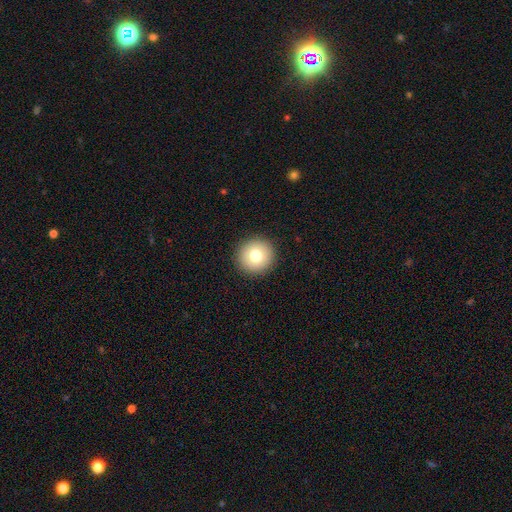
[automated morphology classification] smooth-or-featured: smooth: 76% | featured or disk: 14% | star or artifact: 10%
  how-rounded: round: 95% | in between: 4% | cigar-shaped: 1%
  merging: none: 92% | minor disturbance: 5% | major disturbance: 2% | merger: 1%